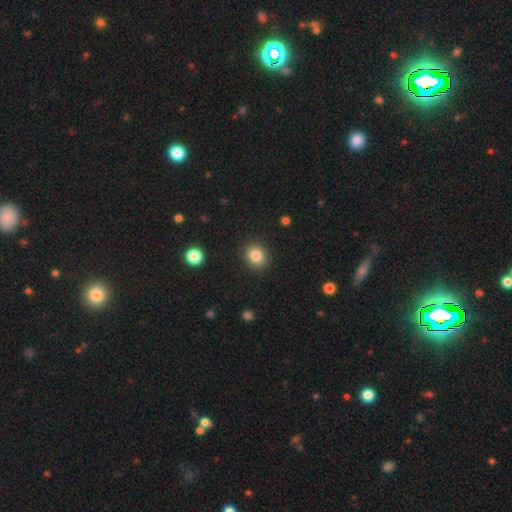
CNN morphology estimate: smooth_or_featured: smooth (p=0.84) [alt: star or artifact p=0.10]
how_rounded: round (p=0.74) [alt: in between p=0.26]
merging: none (p=0.89) [alt: minor disturbance p=0.07]